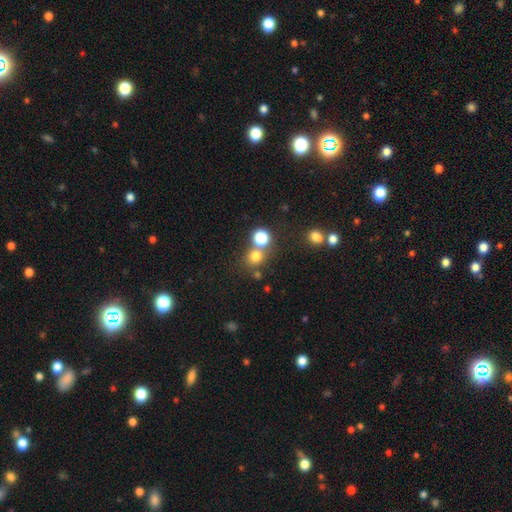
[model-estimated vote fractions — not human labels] A smooth galaxy with no disk features (72%) that is round (86%). Merging: none (62%).